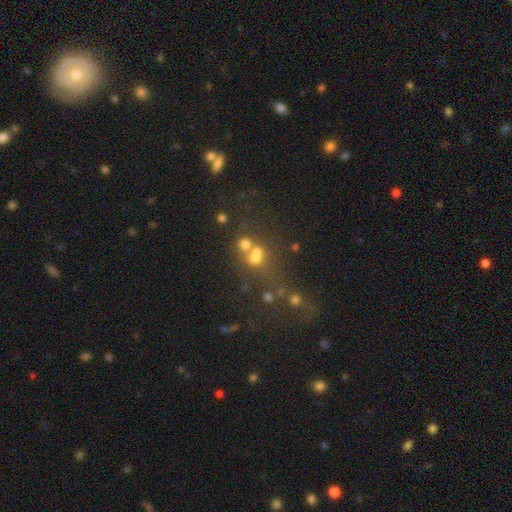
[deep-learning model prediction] Smooth or featured? smooth (52%)
How rounded? round (69%)
Merging? merger (46%)